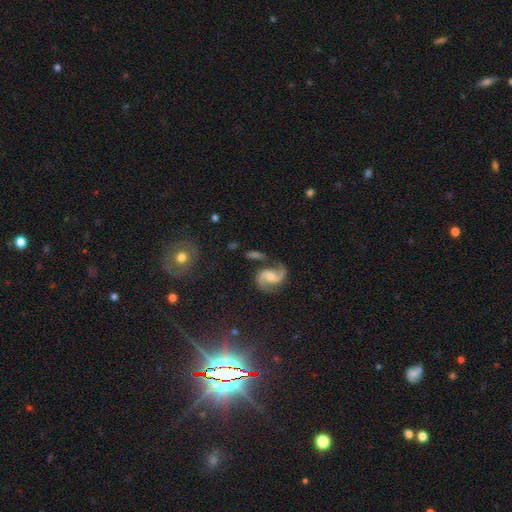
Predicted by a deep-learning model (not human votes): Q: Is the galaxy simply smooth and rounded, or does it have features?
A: featured or disk — 79%.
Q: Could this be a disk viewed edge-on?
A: no — 96%.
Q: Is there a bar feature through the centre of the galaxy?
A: no — 43%.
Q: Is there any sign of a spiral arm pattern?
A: yes — 96%.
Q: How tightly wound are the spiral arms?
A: medium — 52%.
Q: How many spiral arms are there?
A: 2 — 90%.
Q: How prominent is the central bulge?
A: moderate — 48%.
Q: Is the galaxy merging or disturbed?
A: none — 71%.